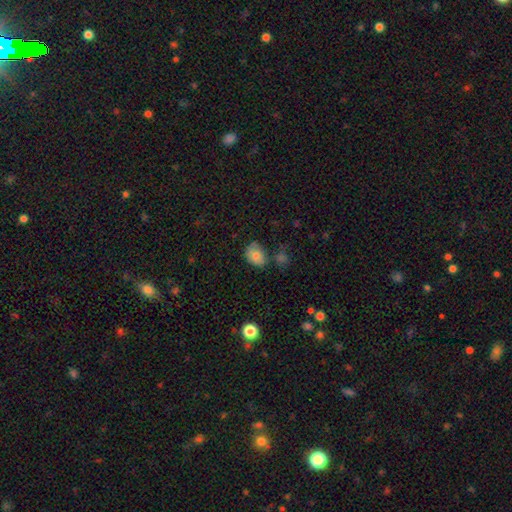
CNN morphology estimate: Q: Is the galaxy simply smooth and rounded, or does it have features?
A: smooth — 78%.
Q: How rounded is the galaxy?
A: in between — 71%.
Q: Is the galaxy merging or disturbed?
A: none — 57%.